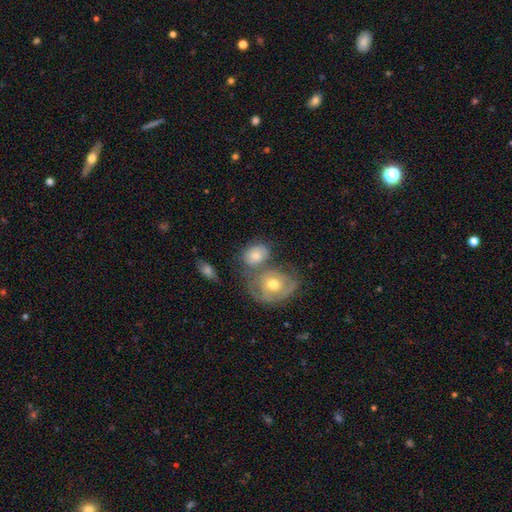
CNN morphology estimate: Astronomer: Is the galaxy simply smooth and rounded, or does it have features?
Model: smooth — 50% (runner-up: featured or disk, 41%).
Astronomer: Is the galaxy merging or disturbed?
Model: none — 39%, tied with merger at 39%.